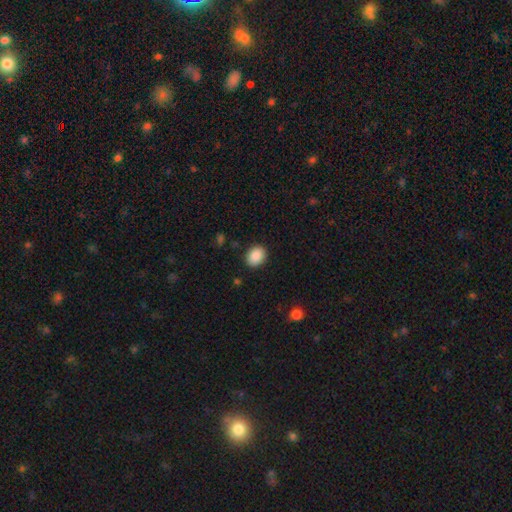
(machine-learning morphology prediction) smooth-or-featured: smooth: 89% | star or artifact: 8% | featured or disk: 3%
  how-rounded: in between: 51% | round: 48% | cigar-shaped: 1%
  merging: none: 88% | minor disturbance: 8% | major disturbance: 2% | merger: 1%